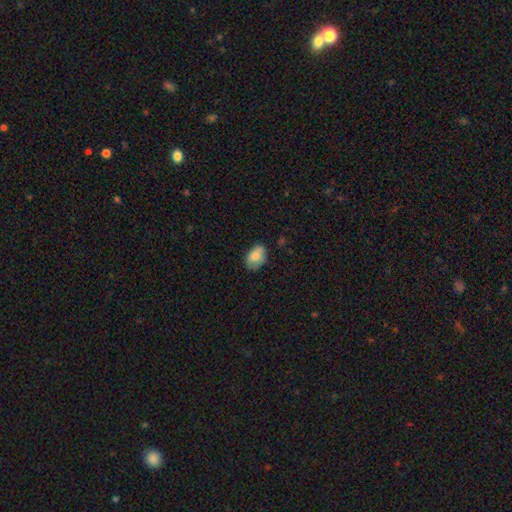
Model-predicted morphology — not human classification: A smooth galaxy with no disk features (80%) that is in between round and cigar-shaped (84%). Merging: none (69%).